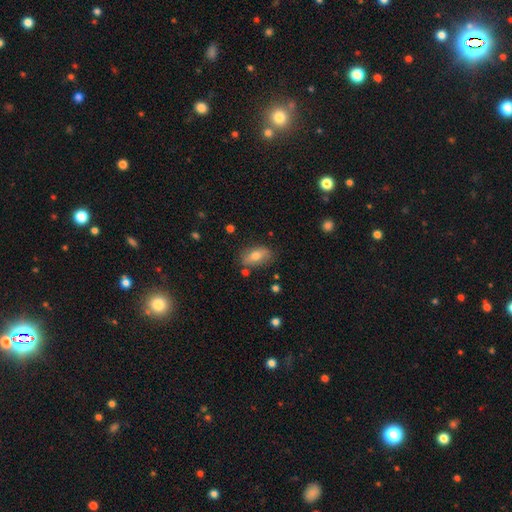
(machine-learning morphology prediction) This is likely a smooth galaxy (70%). How rounded: clearly in between (86%). Merging: likely none (75%).